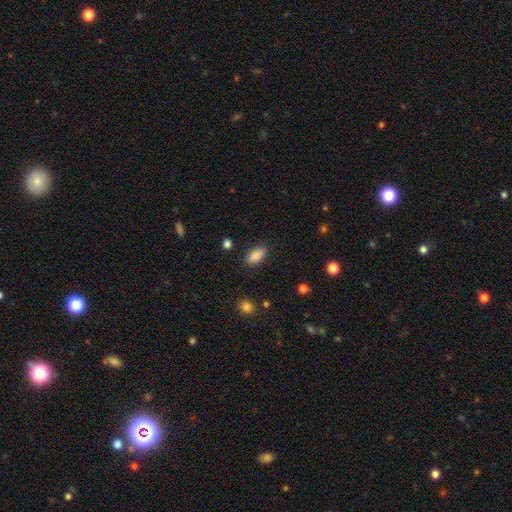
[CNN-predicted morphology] smooth 87%, star or artifact 8%, featured or disk 5%. Down the decision tree: how rounded — in between (89%); merging — none (86%).